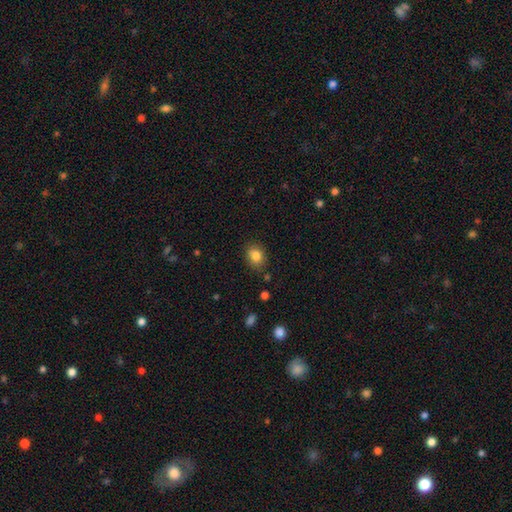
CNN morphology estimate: Smooth or featured: smooth — 84% (star or artifact — 10%)
How rounded: in between — 52% (round — 47%)
Merging: none — 83% (minor disturbance — 12%)